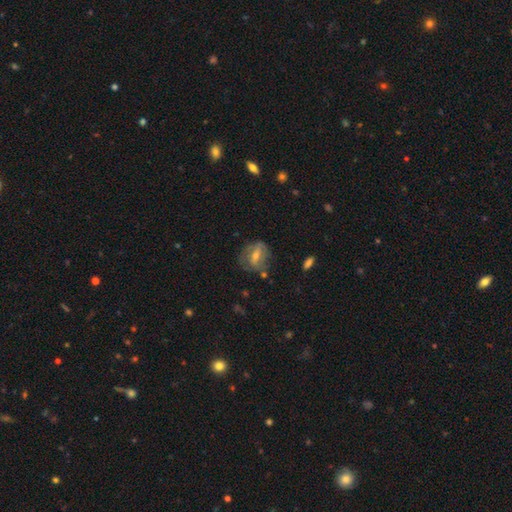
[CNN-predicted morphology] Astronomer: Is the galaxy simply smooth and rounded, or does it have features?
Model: featured or disk — 55% (runner-up: smooth, 36%).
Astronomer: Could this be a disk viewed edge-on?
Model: no — 91%.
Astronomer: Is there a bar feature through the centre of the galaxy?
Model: weak — 39% (runner-up: strong, 36%).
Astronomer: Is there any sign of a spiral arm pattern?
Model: yes — 52% (runner-up: no, 48%).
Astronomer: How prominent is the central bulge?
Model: moderate — 52% (runner-up: small, 42%).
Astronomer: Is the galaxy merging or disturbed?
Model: none — 56%.